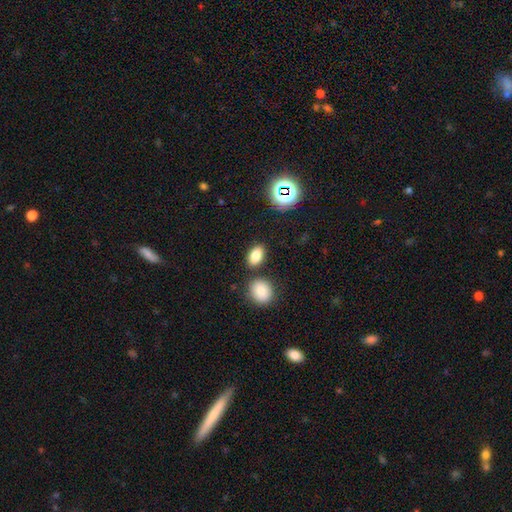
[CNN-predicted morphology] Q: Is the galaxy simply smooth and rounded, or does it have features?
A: smooth — 81%.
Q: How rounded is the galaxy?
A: in between — 87%.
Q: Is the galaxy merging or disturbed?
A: none — 80%.